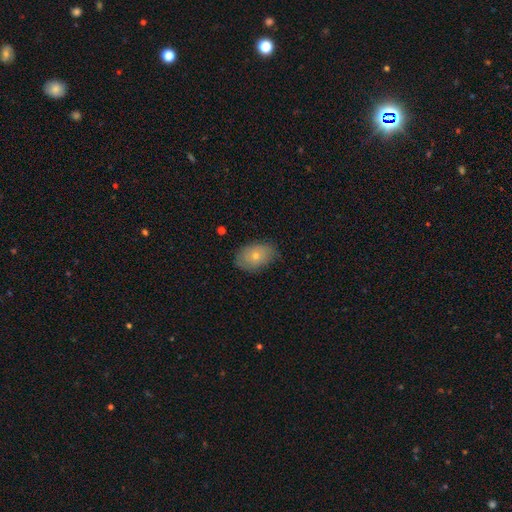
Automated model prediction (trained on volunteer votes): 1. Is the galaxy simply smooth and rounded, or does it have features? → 69% smooth, 23% featured or disk, 8% star or artifact.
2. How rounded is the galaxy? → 84% in between, 14% round, 1% cigar-shaped.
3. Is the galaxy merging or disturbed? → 76% none, 19% minor disturbance, 4% major disturbance, 1% merger.